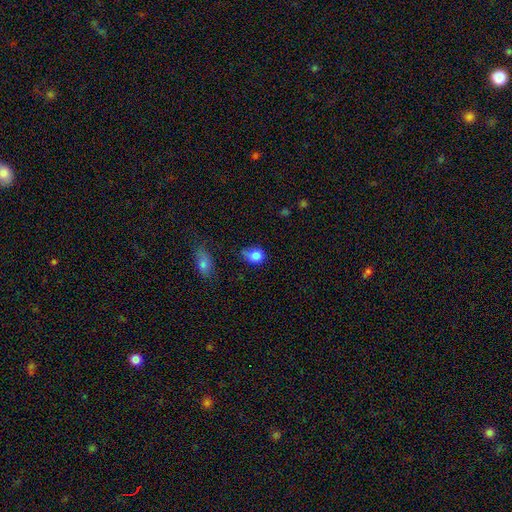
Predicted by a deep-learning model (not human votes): smooth 81%, star or artifact 10%, featured or disk 9%. Down the decision tree: how rounded — round (51%); merging — minor disturbance (41%).